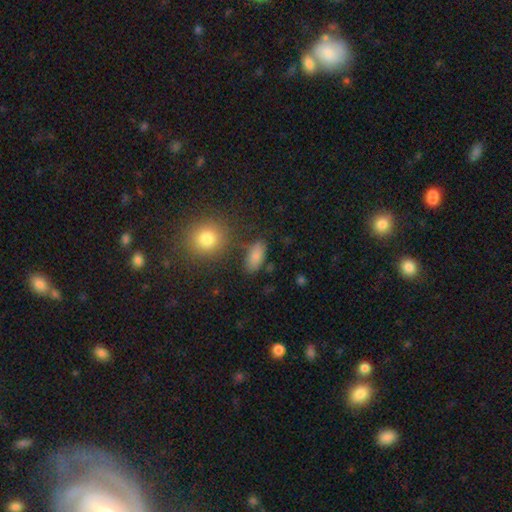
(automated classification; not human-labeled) Morphology: type=smooth (82%); roundness=in between (87%); merging=none (74%).